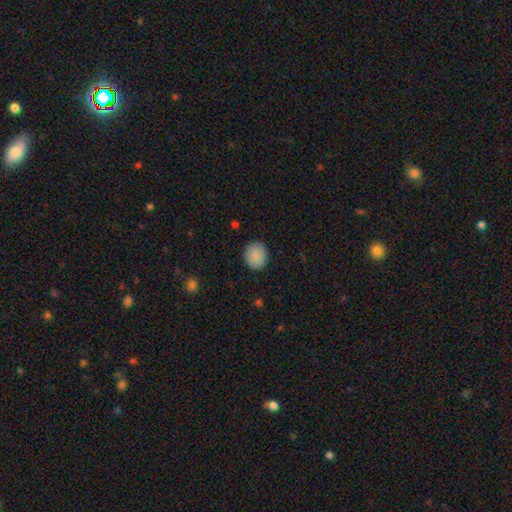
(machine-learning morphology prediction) This is clearly a smooth galaxy (89%). How rounded: likely round (76%). Merging: clearly none (88%).